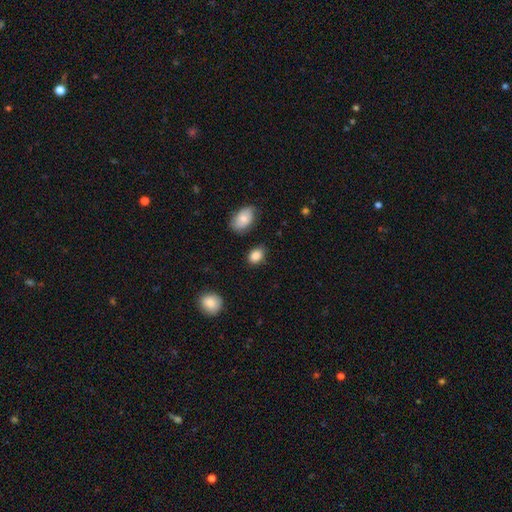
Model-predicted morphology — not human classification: smooth-or-featured: smooth: 87% | star or artifact: 9% | featured or disk: 5%
  how-rounded: in between: 73% | round: 25% | cigar-shaped: 1%
  merging: none: 78% | minor disturbance: 16% | major disturbance: 4% | merger: 3%